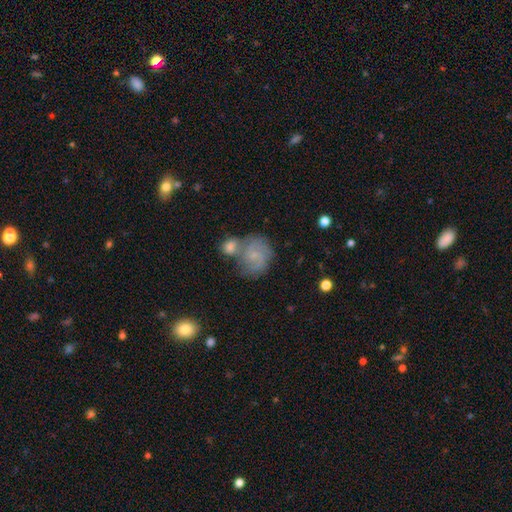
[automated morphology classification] smooth_or_featured: featured or disk (p=0.61) [alt: smooth p=0.30]
disk_edge_on: no (p=0.98) [alt: yes p=0.02]
bar: no (p=0.67) [alt: weak p=0.28]
has_spiral_arms: yes (p=0.87) [alt: no p=0.13]
spiral_winding: tight (p=0.43) [alt: medium p=0.42]
spiral_arm_count: 2 (p=0.45) [alt: can't tell p=0.27]
bulge_size: small (p=0.71) [alt: moderate p=0.16]
merging: none (p=0.39) [alt: merger p=0.38]